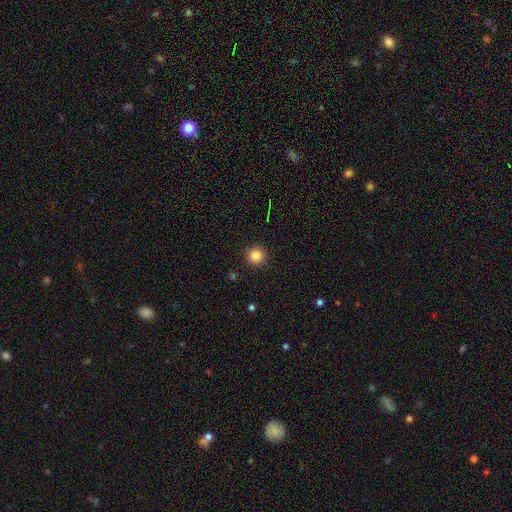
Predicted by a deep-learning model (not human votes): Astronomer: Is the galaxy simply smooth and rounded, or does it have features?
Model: smooth — 84%.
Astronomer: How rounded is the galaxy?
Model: round — 95%.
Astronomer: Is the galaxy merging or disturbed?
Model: none — 92%.